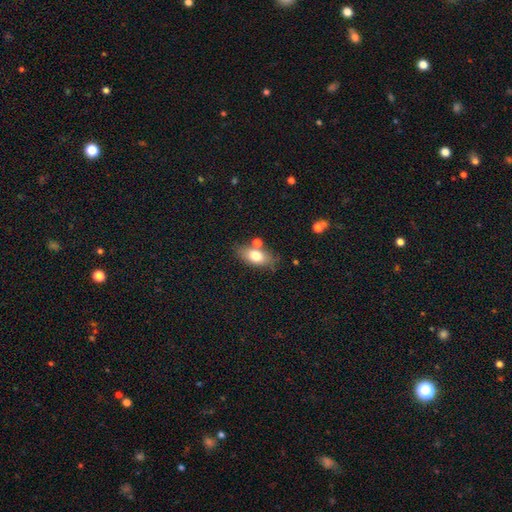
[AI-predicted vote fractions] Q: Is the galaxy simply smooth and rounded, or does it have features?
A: smooth — 74%.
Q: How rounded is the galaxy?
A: in between — 86%.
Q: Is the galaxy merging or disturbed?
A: none — 69%.